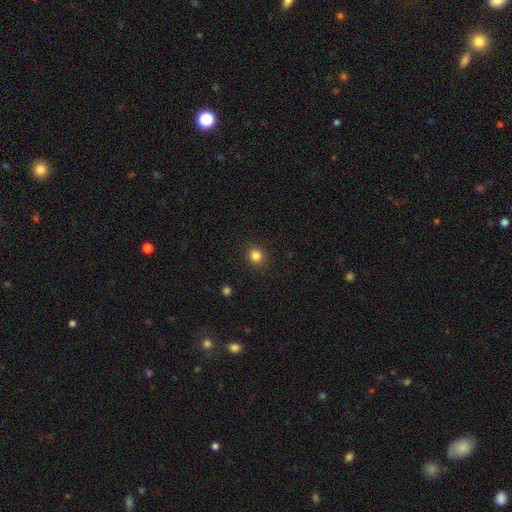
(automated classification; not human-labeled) Smooth or featured? smooth (84%)
How rounded? round (83%)
Merging? none (90%)